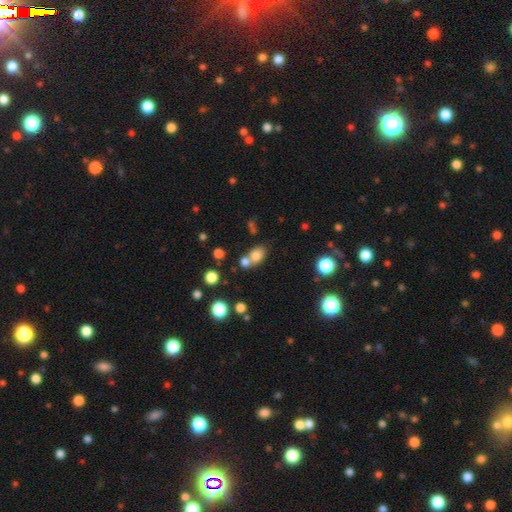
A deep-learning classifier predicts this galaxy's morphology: smooth-or-featured: smooth: 77% | star or artifact: 13% | featured or disk: 10%
  how-rounded: in between: 58% | round: 40% | cigar-shaped: 1%
  merging: none: 46% | merger: 40% | minor disturbance: 10% | major disturbance: 4%